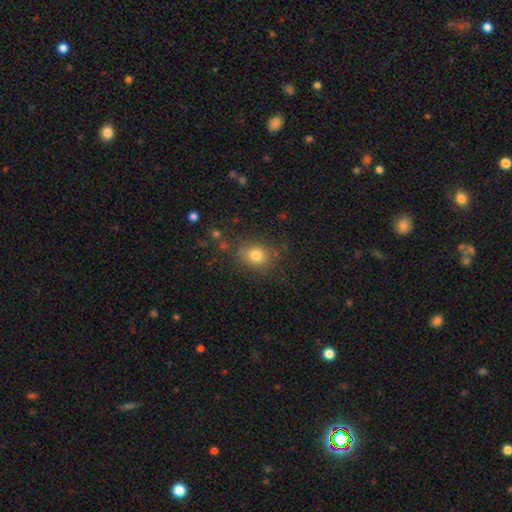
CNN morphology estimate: This appears to be a smooth galaxy with no disk features (79%) that is round (66%). Merging: none (80%).